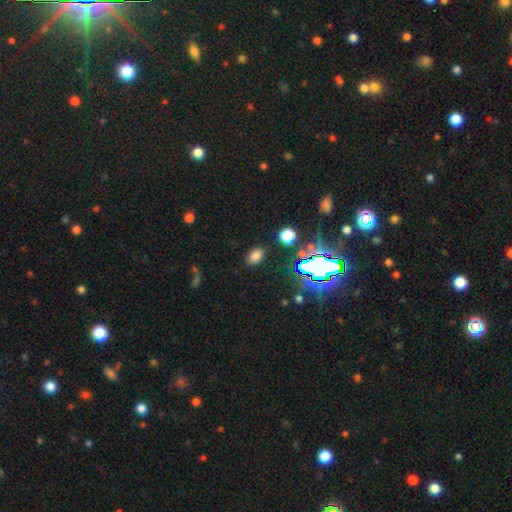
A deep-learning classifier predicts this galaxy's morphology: Q: Smooth or featured?
A: smooth (72%); runner-up: star or artifact (22%)
Q: How rounded?
A: in between (81%); runner-up: round (17%)
Q: Merging?
A: none (84%); runner-up: minor disturbance (11%)